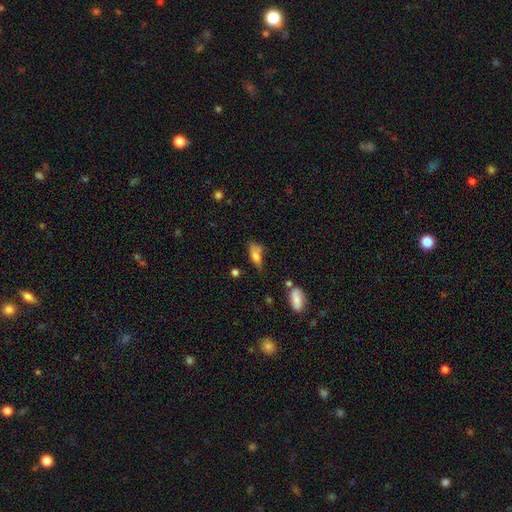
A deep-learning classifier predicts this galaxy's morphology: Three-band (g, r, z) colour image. It shows a smooth galaxy with no disk features (70%) that is in between round and cigar-shaped (73%). Merging: none (36%).